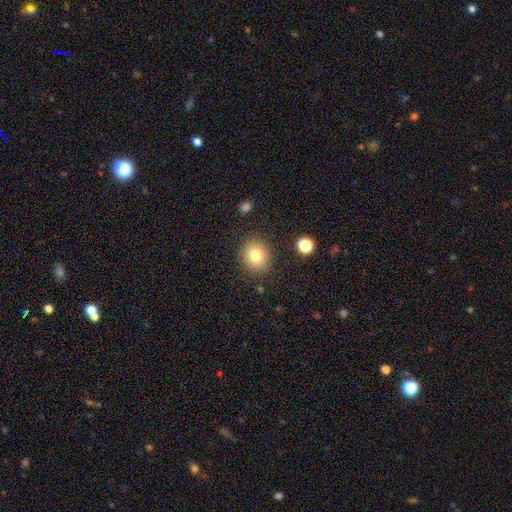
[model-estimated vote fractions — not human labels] Smooth or featured? Predicted: smooth (p=0.80). How rounded? Predicted: round (p=0.80). Merging? Predicted: none (p=0.86).